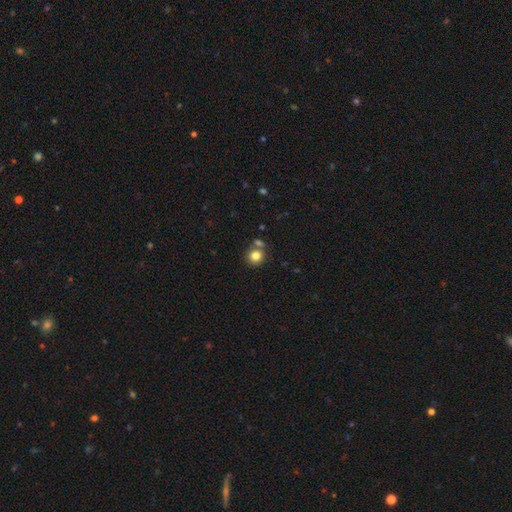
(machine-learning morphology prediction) Smooth or featured: smooth — 81% (star or artifact — 11%)
How rounded: round — 86% (in between — 13%)
Merging: none — 67% (merger — 20%)